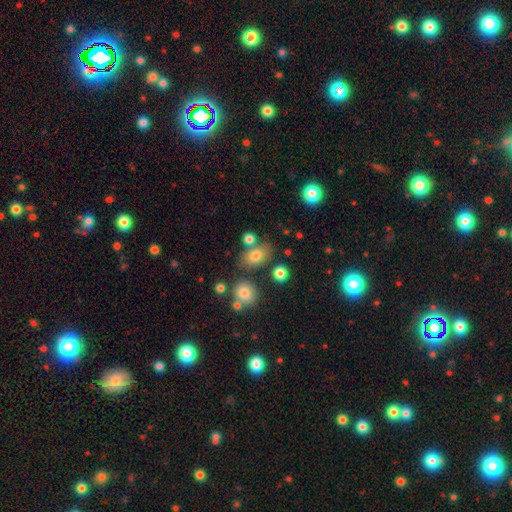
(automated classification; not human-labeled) smooth 76%, featured or disk 12%, star or artifact 12%. Down the decision tree: how rounded — in between (77%); merging — none (68%).